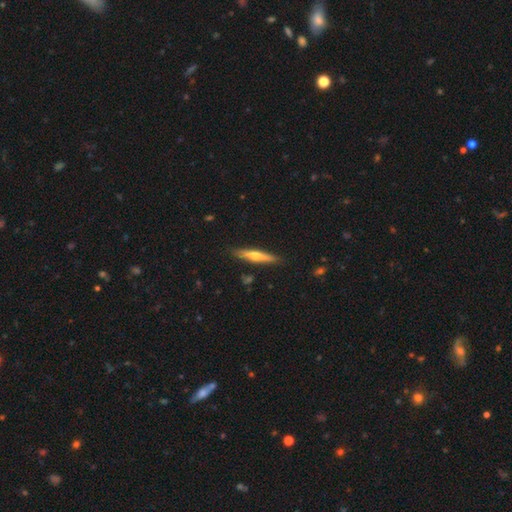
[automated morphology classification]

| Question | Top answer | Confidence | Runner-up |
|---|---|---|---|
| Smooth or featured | featured or disk | 52% | smooth (43%) |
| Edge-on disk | yes | 94% | no (6%) |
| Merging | none | 88% | minor disturbance (8%) |